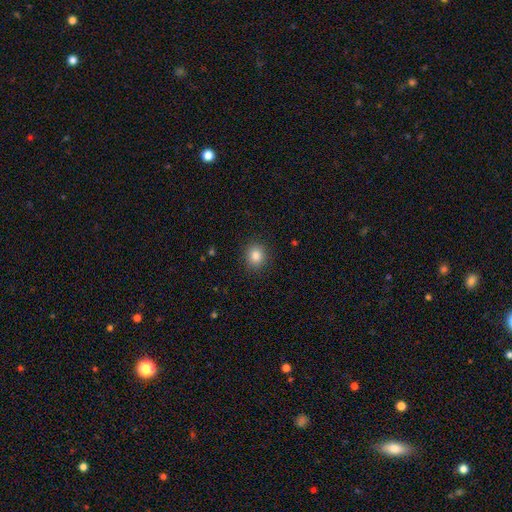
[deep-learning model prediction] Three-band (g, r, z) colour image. It shows a smooth galaxy with no disk features (84%) that is round (79%). Merging: none (89%).